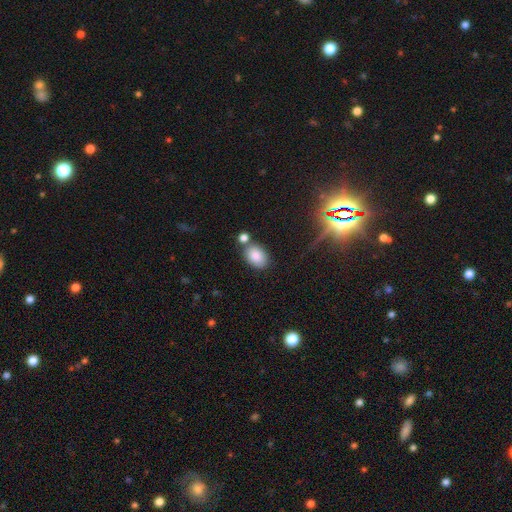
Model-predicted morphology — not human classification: This appears to be a smooth galaxy with no disk features (83%) that is in between round and cigar-shaped (81%). Merging: none (66%).